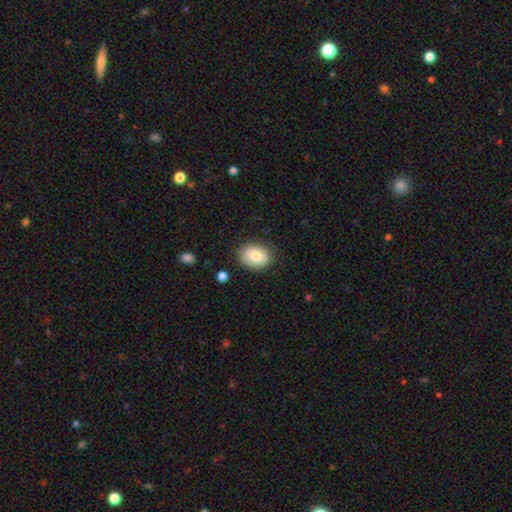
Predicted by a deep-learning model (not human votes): A smooth galaxy with no disk features (80%) that is in between round and cigar-shaped (66%). Merging: none (84%).